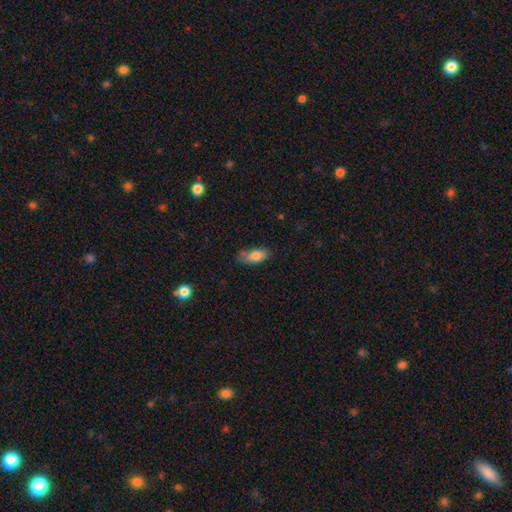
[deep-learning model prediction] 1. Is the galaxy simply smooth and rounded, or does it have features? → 79% smooth, 14% featured or disk, 7% star or artifact.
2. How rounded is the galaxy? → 84% in between, 13% cigar-shaped, 3% round.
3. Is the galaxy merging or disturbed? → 63% none, 27% minor disturbance, 6% major disturbance, 3% merger.